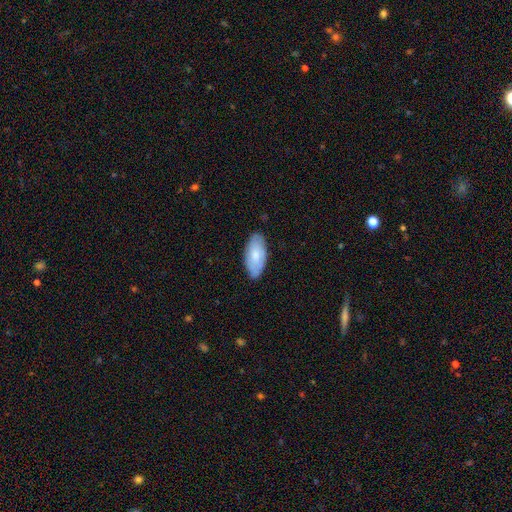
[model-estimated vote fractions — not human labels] A smooth galaxy with no disk features (74%) that is in between round and cigar-shaped (92%). Merging: none (82%).